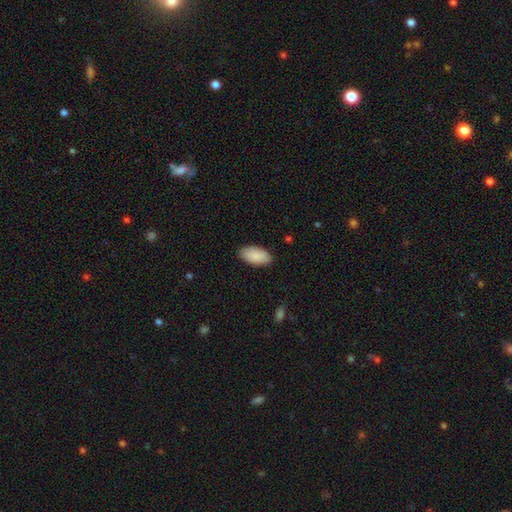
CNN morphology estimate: Smooth or featured? Predicted: smooth (p=0.91). How rounded? Predicted: in between (p=0.95). Merging? Predicted: none (p=0.88).